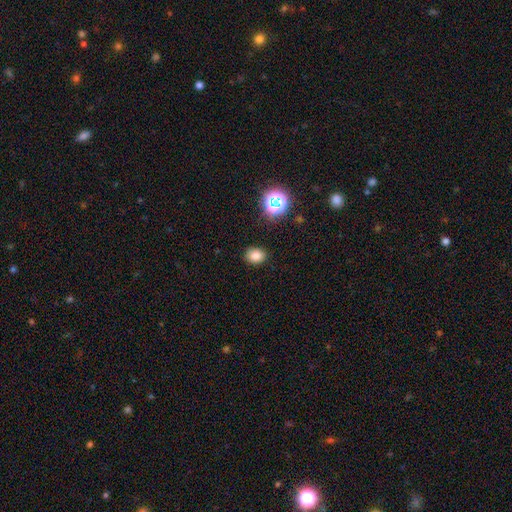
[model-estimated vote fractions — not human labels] A smooth galaxy with no disk features (79%) that is round (51%). Merging: none (86%).